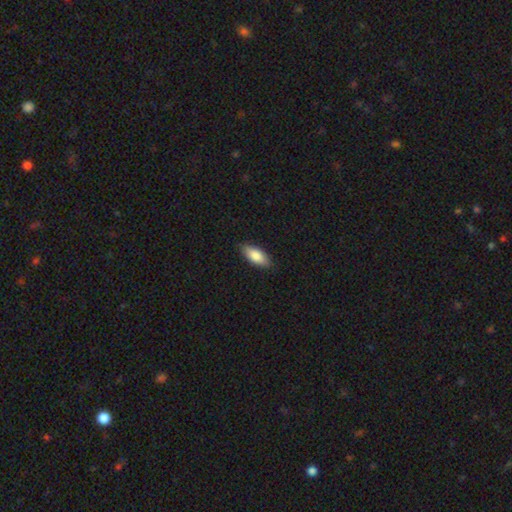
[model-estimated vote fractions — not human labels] Morphology: type=smooth (84%); roundness=in between (84%); merging=none (87%).